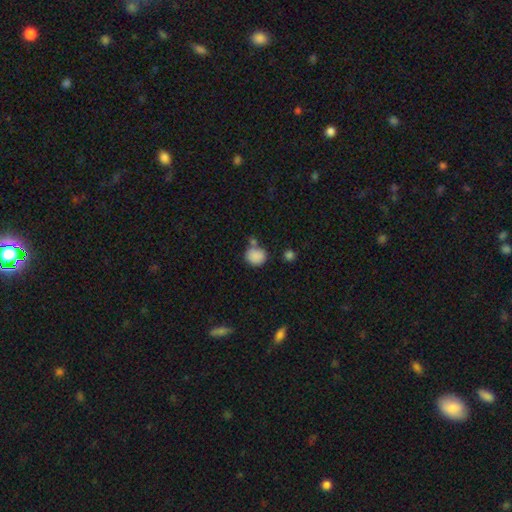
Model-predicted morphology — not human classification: The model was most divided on "merging": none: 62%, merger: 17%, minor disturbance: 16%, major disturbance: 6%. More confident: smooth or featured — smooth (86%); how rounded — round (74%).